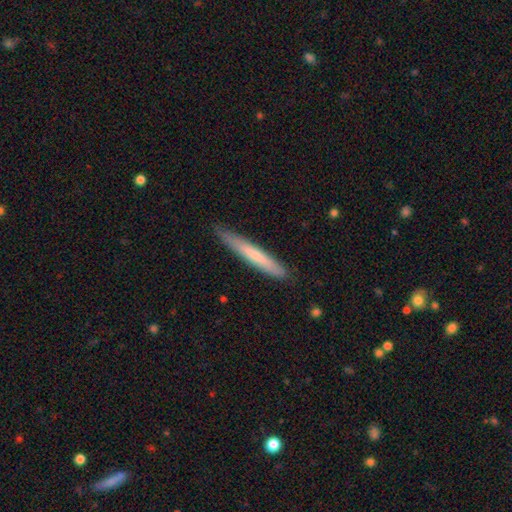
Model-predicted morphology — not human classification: The model was most divided on "smooth or featured": smooth: 66%, featured or disk: 29%, star or artifact: 5%. More confident: how rounded — cigar-shaped (95%); merging — none (82%).